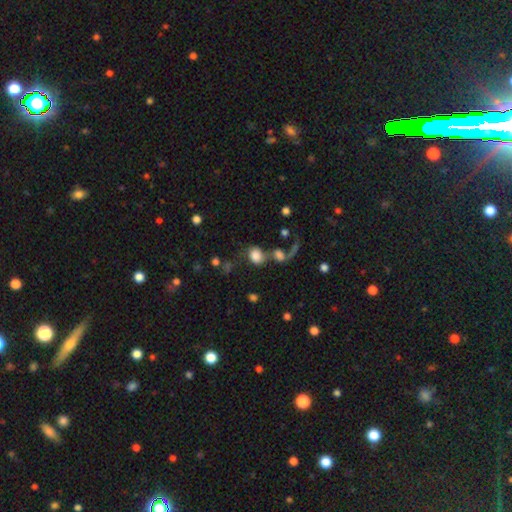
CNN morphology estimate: A smooth galaxy with no disk features (78%) that is round (55%).

Vote fractions:
- Smooth or featured? smooth: 78% / featured or disk: 11% / star or artifact: 11%
- How rounded? round: 55% / in between: 44% / cigar-shaped: 2%
- Merging? merger: 39% / none: 35% / major disturbance: 14% / minor disturbance: 12%